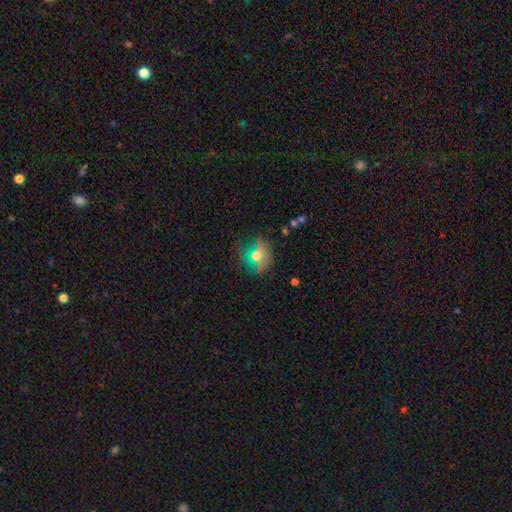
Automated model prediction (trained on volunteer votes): smooth_or_featured: smooth (p=0.59) [alt: featured or disk p=0.22]
how_rounded: round (p=0.76) [alt: in between p=0.22]
merging: none (p=0.71) [alt: minor disturbance p=0.16]